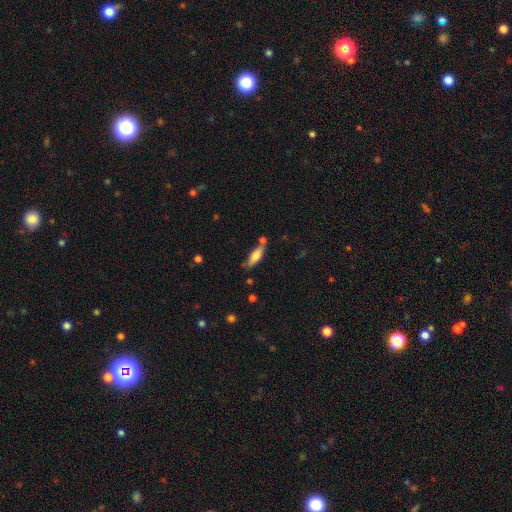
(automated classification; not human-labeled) Q: Smooth or featured?
A: smooth (69%); runner-up: featured or disk (24%)
Q: How rounded?
A: in between (52%); runner-up: cigar-shaped (46%)
Q: Merging?
A: none (60%); runner-up: minor disturbance (18%)